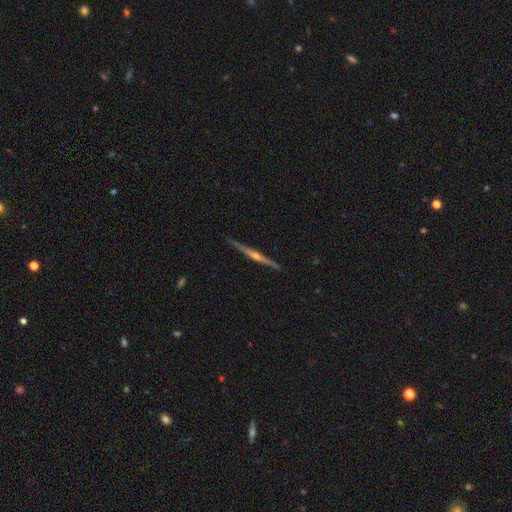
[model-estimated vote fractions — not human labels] Smooth or featured: featured or disk — 84% (smooth — 11%)
Edge-on disk: yes — 98% (no — 2%)
Edge-on bulge: rounded — 87% (none — 8%)
Merging: none — 90% (minor disturbance — 7%)